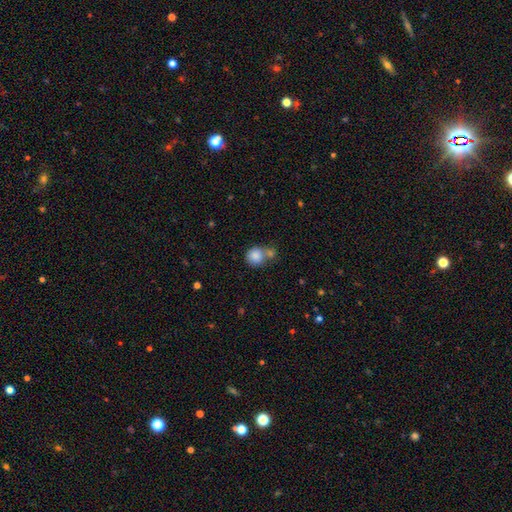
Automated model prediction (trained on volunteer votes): Smooth or featured? smooth (85%)
How rounded? round (84%)
Merging? none (46%)